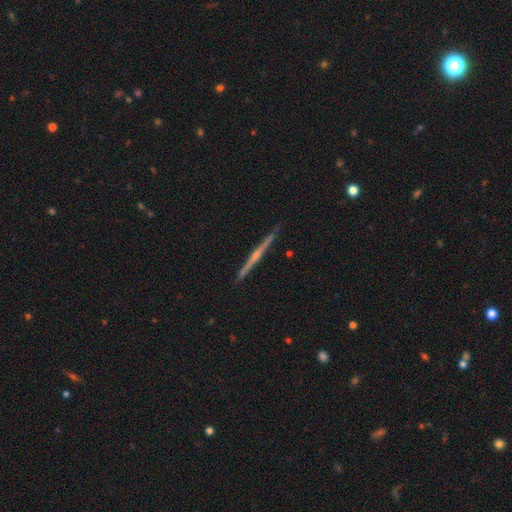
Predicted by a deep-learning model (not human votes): smooth-or-featured: featured or disk: 80% | smooth: 15% | star or artifact: 5%
  disk-edge-on: yes: 99% | no: 1%
    edge-on-bulge: rounded: 69% | none: 25% | boxy: 7%
  merging: none: 92% | minor disturbance: 6% | major disturbance: 1% | merger: 1%